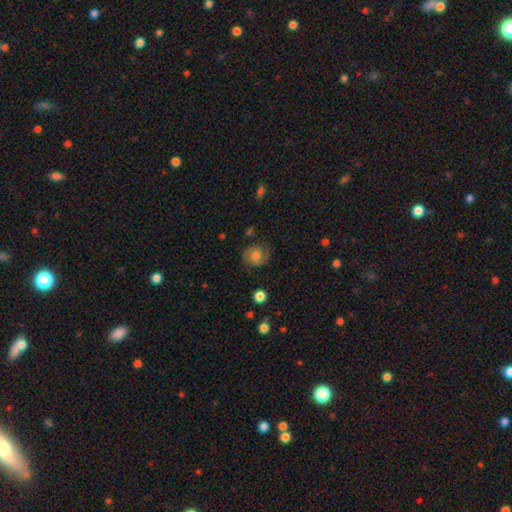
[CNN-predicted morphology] smooth 61%, featured or disk 29%, star or artifact 10%. Down the decision tree: how rounded — round (79%); merging — none (76%).